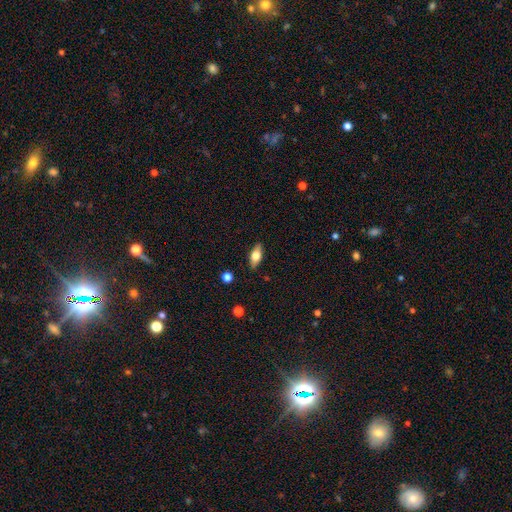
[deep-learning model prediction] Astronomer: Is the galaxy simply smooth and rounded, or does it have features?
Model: smooth — 60%.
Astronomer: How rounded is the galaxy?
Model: in between — 79%.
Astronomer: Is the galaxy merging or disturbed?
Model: none — 87%.